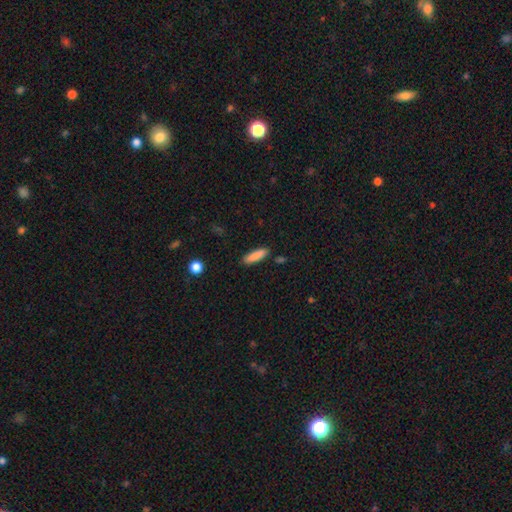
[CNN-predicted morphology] smooth-or-featured: smooth: 86% | star or artifact: 7% | featured or disk: 7%
  how-rounded: cigar-shaped: 66% | in between: 32% | round: 2%
  merging: none: 86% | minor disturbance: 10% | merger: 2% | major disturbance: 2%